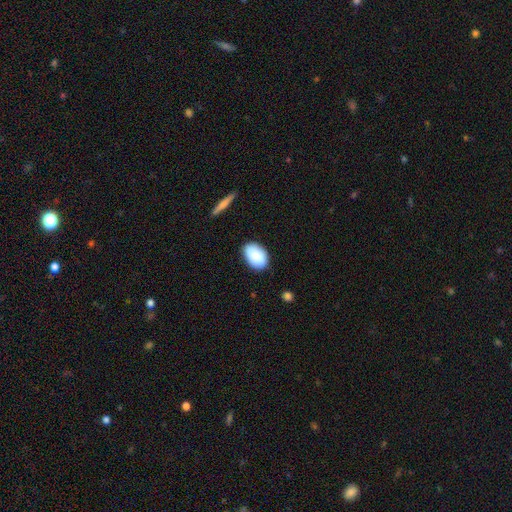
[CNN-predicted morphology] A smooth galaxy with no disk features (87%) that is in between round and cigar-shaped (90%). Merging: none (81%).